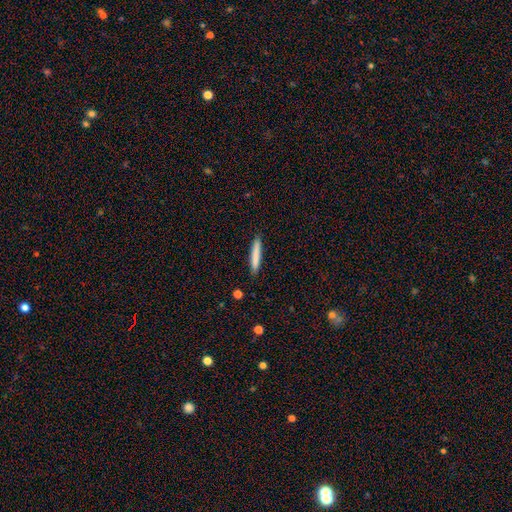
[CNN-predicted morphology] A smooth galaxy with no disk features (82%) that is cigar-shaped (93%).

Vote fractions:
- Smooth or featured? smooth: 82% / featured or disk: 12% / star or artifact: 6%
- How rounded? cigar-shaped: 93% / in between: 6% / round: 1%
- Merging? none: 89% / minor disturbance: 8% / major disturbance: 2% / merger: 1%